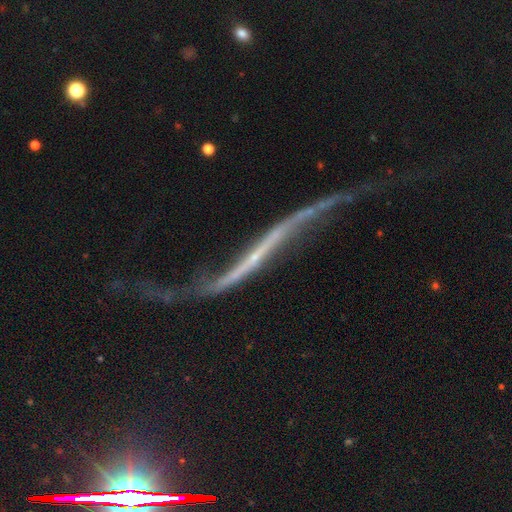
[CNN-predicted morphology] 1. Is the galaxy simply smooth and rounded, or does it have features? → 83% featured or disk, 10% star or artifact, 7% smooth.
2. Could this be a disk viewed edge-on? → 63% no, 37% yes.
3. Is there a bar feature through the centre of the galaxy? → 47% strong, 32% no, 21% weak.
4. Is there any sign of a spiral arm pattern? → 82% yes, 18% no.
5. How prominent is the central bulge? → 50% small, 41% none, 6% moderate, 2% dominant, 1% large.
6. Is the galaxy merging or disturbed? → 42% none, 30% major disturbance, 19% minor disturbance, 10% merger.